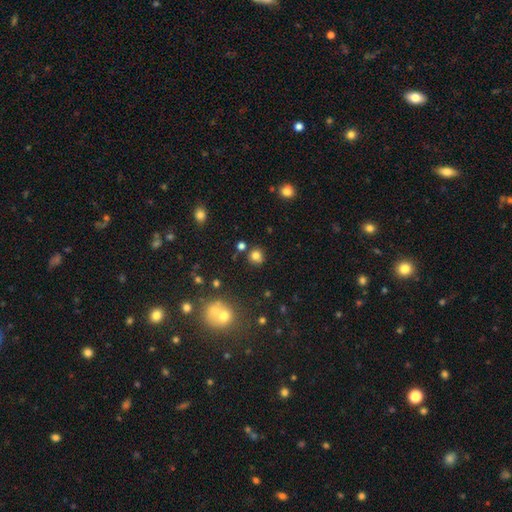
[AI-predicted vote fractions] This appears to be a smooth galaxy with no disk features (79%) that is round (88%). Merging: none (83%).